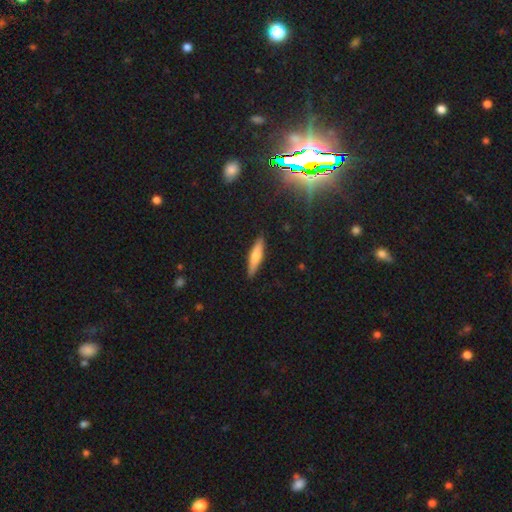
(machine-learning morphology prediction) smooth_or_featured: smooth (p=0.56) [alt: featured or disk p=0.37]
how_rounded: cigar-shaped (p=0.83) [alt: in between p=0.15]
merging: none (p=0.90) [alt: minor disturbance p=0.08]